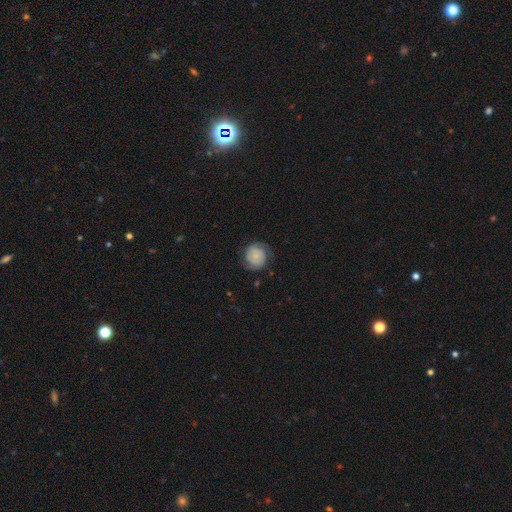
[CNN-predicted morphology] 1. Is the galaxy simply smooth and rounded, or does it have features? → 63% featured or disk, 29% smooth, 8% star or artifact.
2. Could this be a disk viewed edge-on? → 98% no, 2% yes.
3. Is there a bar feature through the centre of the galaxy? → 74% no, 22% weak, 5% strong.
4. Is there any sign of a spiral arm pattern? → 92% yes, 8% no.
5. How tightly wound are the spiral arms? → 62% tight, 28% medium, 10% loose.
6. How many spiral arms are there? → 74% 2, 13% can't tell, 5% 3, 4% 1, 2% 4, 2% more than 4.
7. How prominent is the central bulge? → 65% small, 17% none, 14% moderate, 2% large, 2% dominant.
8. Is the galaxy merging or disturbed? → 73% none, 17% minor disturbance, 9% major disturbance, 1% merger.